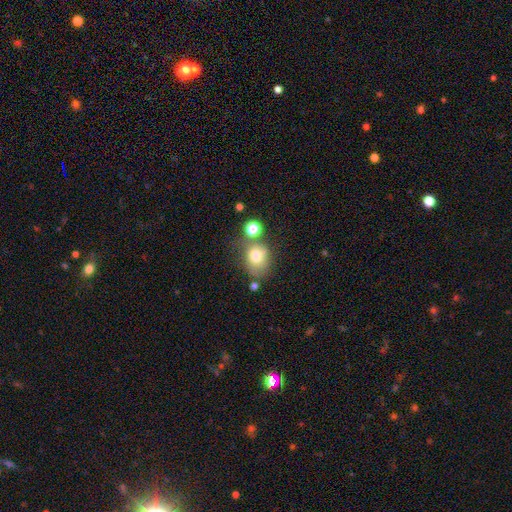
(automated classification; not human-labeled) A smooth galaxy with no disk features (74%) that is round (54%).

Vote fractions:
- Smooth or featured? smooth: 74% / featured or disk: 15% / star or artifact: 11%
- How rounded? round: 54% / in between: 45% / cigar-shaped: 1%
- Merging? none: 46% / merger: 22% / minor disturbance: 21% / major disturbance: 11%